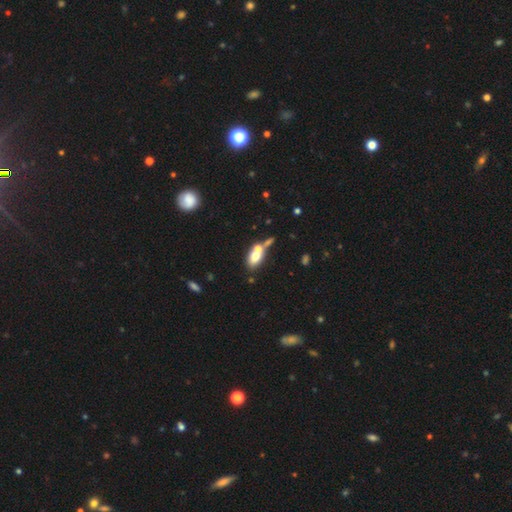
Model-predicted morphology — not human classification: This is likely a smooth galaxy (68%). How rounded: clearly in between (82%). Merging: possibly merger (51%).